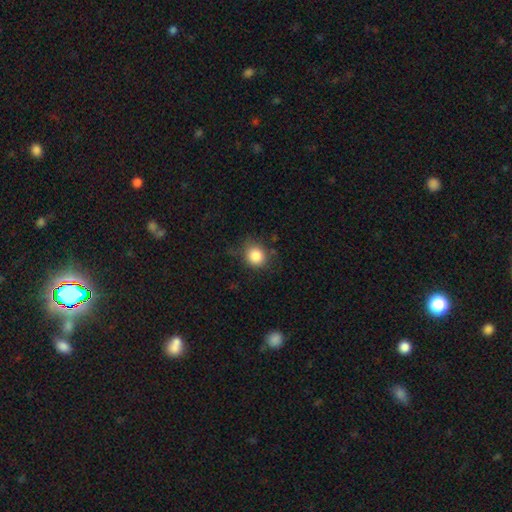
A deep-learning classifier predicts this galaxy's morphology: Smooth or featured? Predicted: smooth (p=0.85). How rounded? Predicted: round (p=0.81). Merging? Predicted: none (p=0.75).